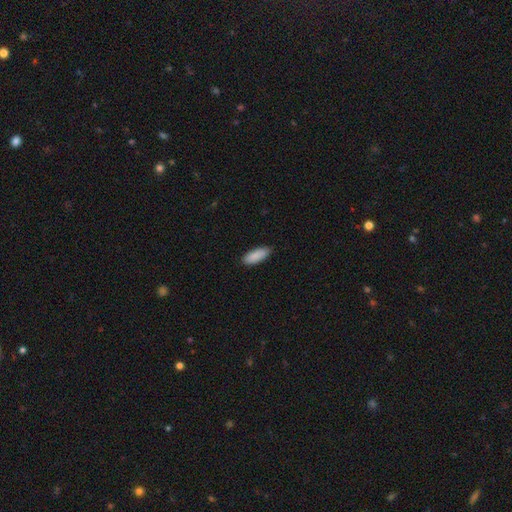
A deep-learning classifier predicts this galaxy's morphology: Smooth or featured?
  - smooth: 90% *
  - star or artifact: 6%
  - featured or disk: 4%
How rounded?
  - in between: 76% *
  - cigar-shaped: 22%
  - round: 2%
Merging?
  - none: 86% *
  - minor disturbance: 11%
  - major disturbance: 2%
  - merger: 1%